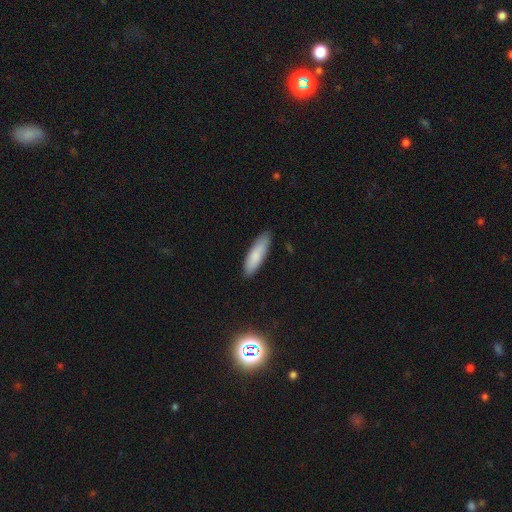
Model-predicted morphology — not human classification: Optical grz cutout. It shows a smooth galaxy with no disk features (83%) that is cigar-shaped (57%). Merging: none (85%).